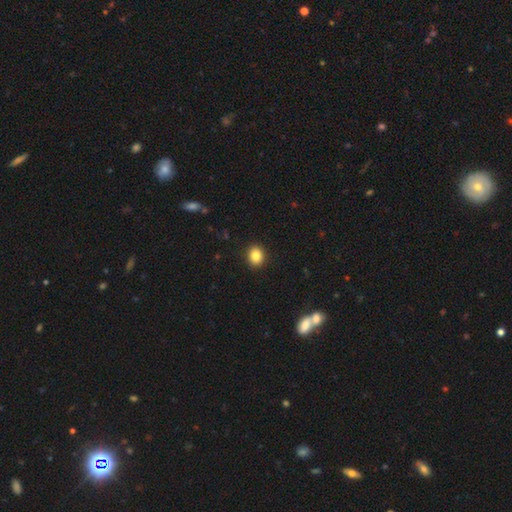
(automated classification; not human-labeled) Morphology: type=smooth (85%); roundness=round (65%); merging=none (91%).